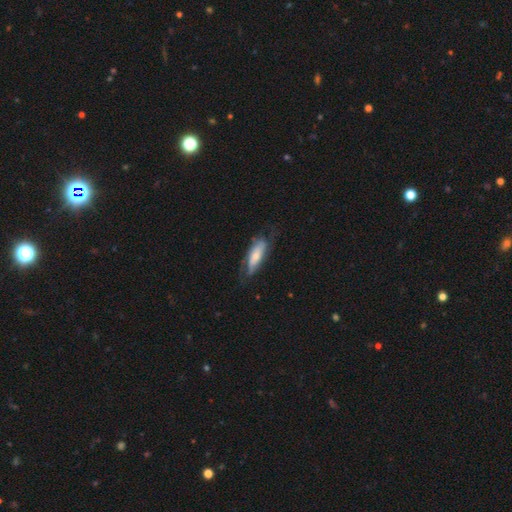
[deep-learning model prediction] Morphology: type=smooth (51%); roundness=in between (58%); merging=none (58%).